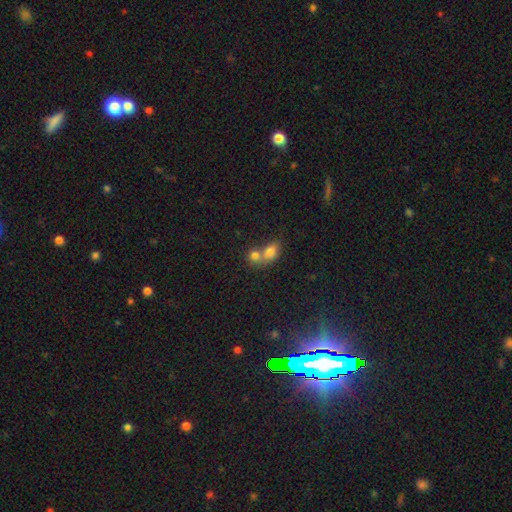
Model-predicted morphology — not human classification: Overall: smooth (75%). How rounded: round (52%; in between 47%). Merging: merger (68%).